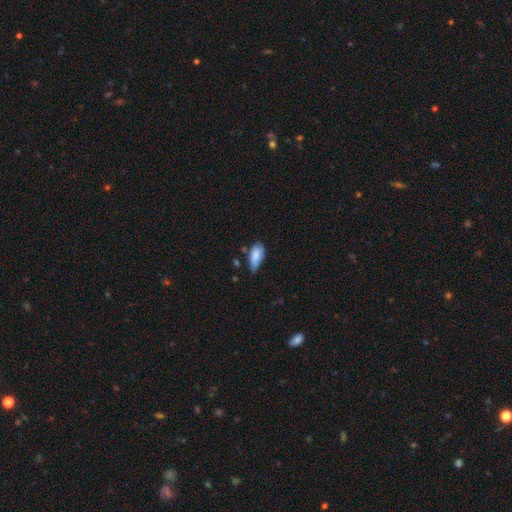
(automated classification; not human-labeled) Smooth or featured? Predicted: smooth (p=0.83). How rounded? Predicted: in between (p=0.89). Merging? Predicted: none (p=0.45).